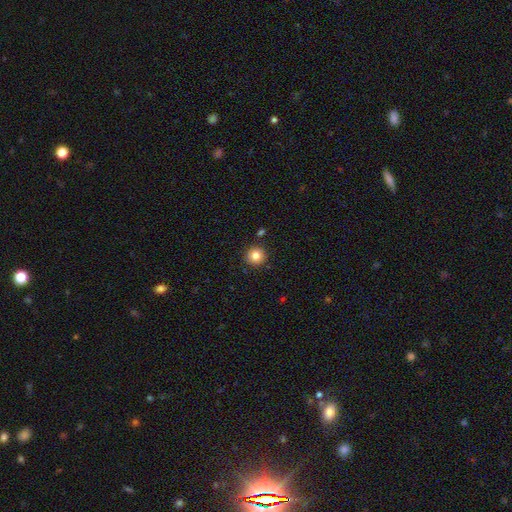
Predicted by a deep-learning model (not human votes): Morphology: type=smooth (83%); roundness=round (95%); merging=none (89%).